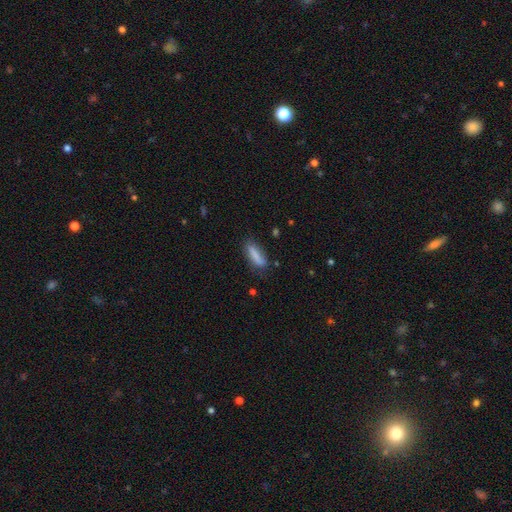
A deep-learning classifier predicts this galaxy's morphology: smooth_or_featured: smooth (p=0.82) [alt: featured or disk p=0.11]
how_rounded: cigar-shaped (p=0.57) [alt: in between p=0.41]
merging: none (p=0.74) [alt: minor disturbance p=0.19]